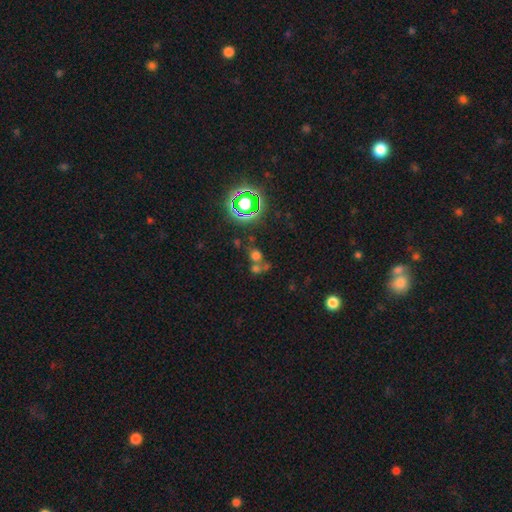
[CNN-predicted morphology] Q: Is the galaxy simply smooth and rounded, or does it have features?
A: smooth — 54%.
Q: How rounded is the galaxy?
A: round — 73%.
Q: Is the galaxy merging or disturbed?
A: none — 44%.